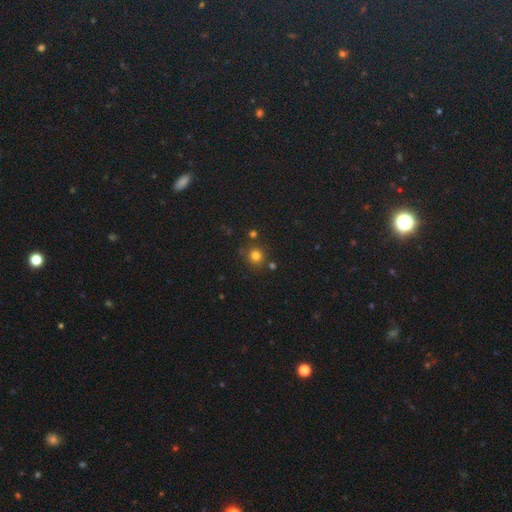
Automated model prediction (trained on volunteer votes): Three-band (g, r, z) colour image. It shows a smooth galaxy with no disk features (79%) that is round (93%). Merging: none (81%).